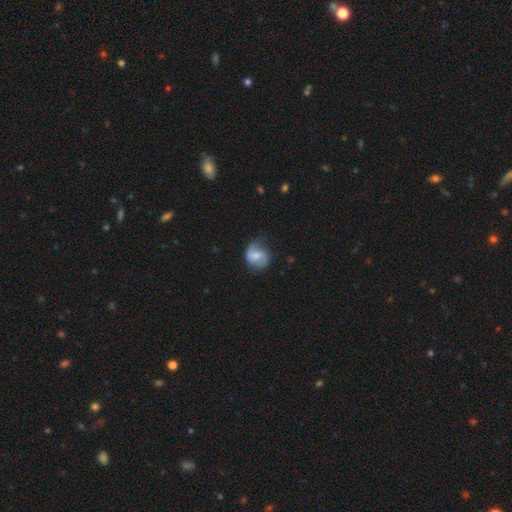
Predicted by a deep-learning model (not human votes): smooth-or-featured: featured or disk: 48% | smooth: 44% | star or artifact: 7%
  merging: none: 53% | minor disturbance: 31% | major disturbance: 15% | merger: 2%